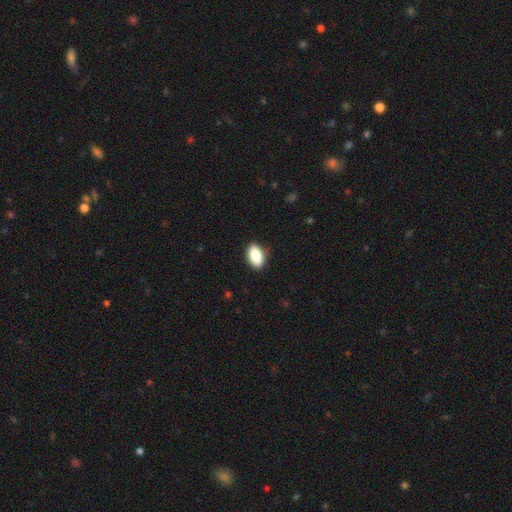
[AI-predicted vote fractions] Smooth or featured? Predicted: smooth (p=0.87). How rounded? Predicted: in between (p=0.92). Merging? Predicted: none (p=0.88).